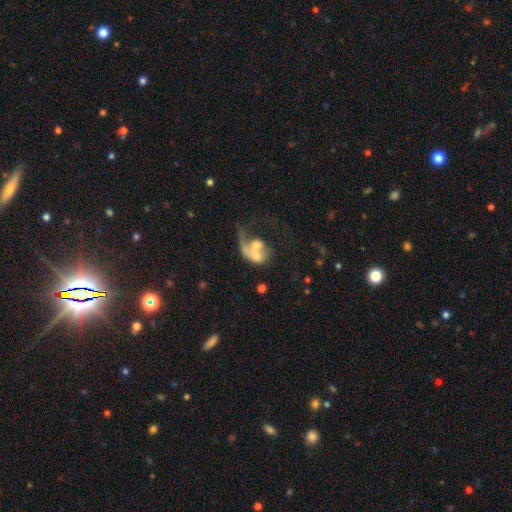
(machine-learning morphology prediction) featured or disk 55%, smooth 37%, star or artifact 8%. Down the decision tree: edge-on disk — no (97%); bar — no (80%); spiral arms — yes (56%); bulge size — moderate (47%); merging — merger (54%).